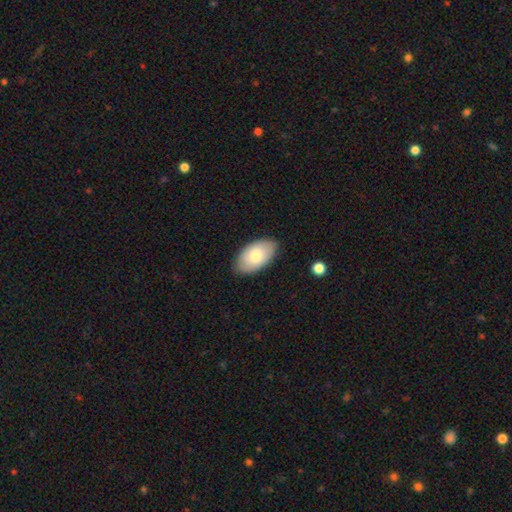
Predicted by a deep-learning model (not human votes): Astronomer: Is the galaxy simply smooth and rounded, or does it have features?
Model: smooth — 78%.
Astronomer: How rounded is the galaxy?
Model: in between — 95%.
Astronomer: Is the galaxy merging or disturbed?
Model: none — 85%.